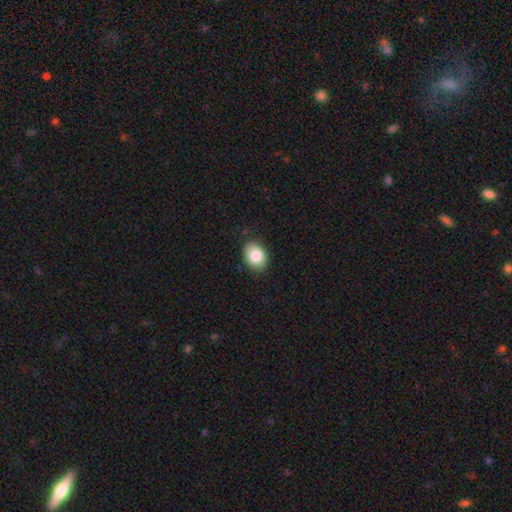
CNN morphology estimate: smooth_or_featured: smooth (p=0.84) [alt: featured or disk p=0.08]
how_rounded: in between (p=0.75) [alt: round p=0.24]
merging: none (p=0.85) [alt: minor disturbance p=0.12]